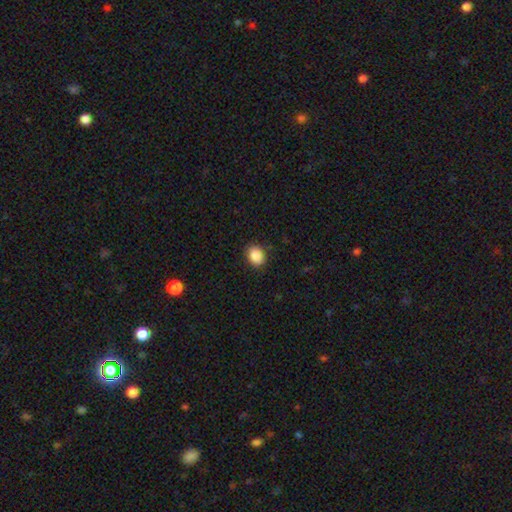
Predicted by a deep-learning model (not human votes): Smooth or featured: smooth — 89% (star or artifact — 8%)
How rounded: in between — 56% (round — 43%)
Merging: none — 88% (minor disturbance — 9%)